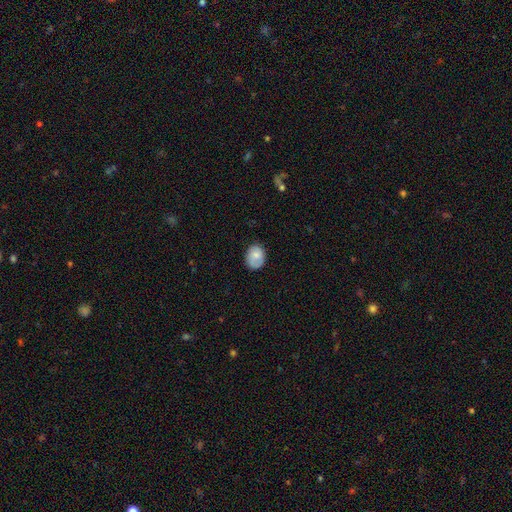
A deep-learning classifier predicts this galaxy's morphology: Smooth or featured?
  - smooth: 76% *
  - featured or disk: 17%
  - star or artifact: 7%
How rounded?
  - in between: 59% *
  - round: 40%
  - cigar-shaped: 1%
Merging?
  - none: 73% *
  - minor disturbance: 21%
  - major disturbance: 5%
  - merger: 1%